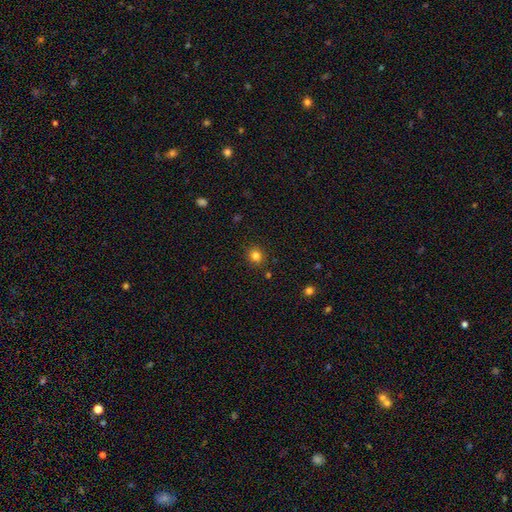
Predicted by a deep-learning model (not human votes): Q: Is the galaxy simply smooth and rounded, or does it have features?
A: smooth — 82%.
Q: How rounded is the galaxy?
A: round — 87%.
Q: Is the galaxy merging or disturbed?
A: none — 89%.